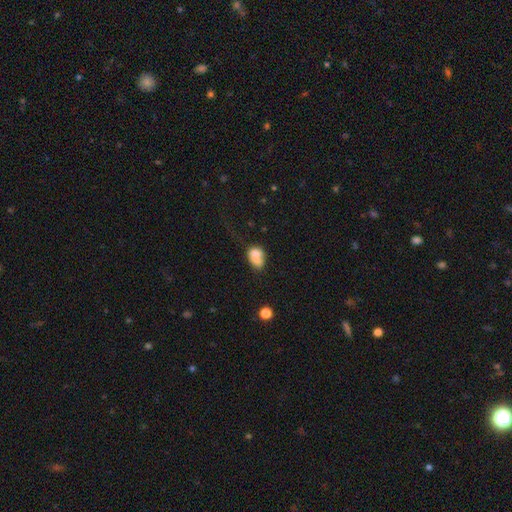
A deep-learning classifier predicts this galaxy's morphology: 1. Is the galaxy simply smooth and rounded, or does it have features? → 69% smooth, 21% featured or disk, 10% star or artifact.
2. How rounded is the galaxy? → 70% in between, 28% round, 2% cigar-shaped.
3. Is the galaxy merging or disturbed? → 40% merger, 25% none, 19% minor disturbance, 16% major disturbance.